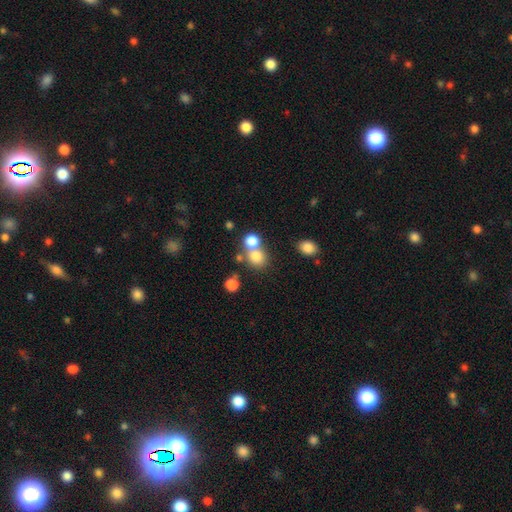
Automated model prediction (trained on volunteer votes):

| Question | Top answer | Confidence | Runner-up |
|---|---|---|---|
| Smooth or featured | smooth | 78% | star or artifact (13%) |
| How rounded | round | 81% | in between (18%) |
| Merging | none | 50% | merger (40%) |